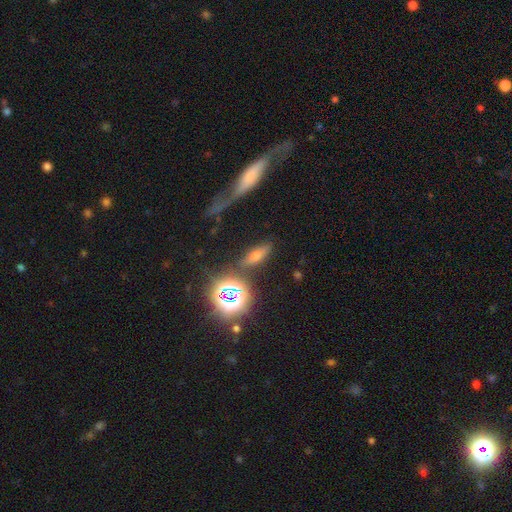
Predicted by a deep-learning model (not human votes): Smooth or featured: smooth — 53% (star or artifact — 25%)
How rounded: in between — 51% (cigar-shaped — 39%)
Merging: none — 71% (minor disturbance — 13%)